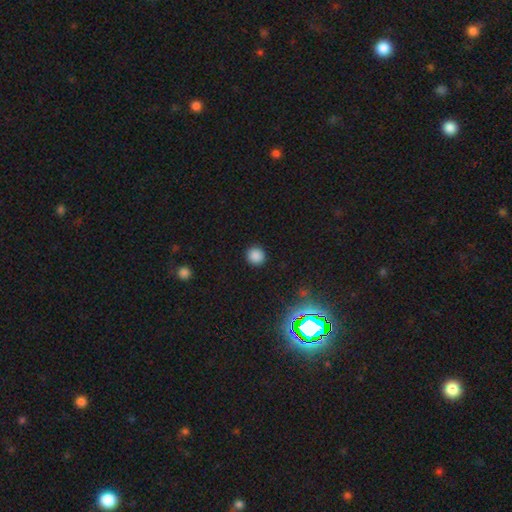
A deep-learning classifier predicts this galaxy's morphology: Smooth or featured?
  - smooth: 83% *
  - star or artifact: 13%
  - featured or disk: 3%
How rounded?
  - round: 93% *
  - in between: 6%
  - cigar-shaped: 1%
Merging?
  - none: 92% *
  - minor disturbance: 5%
  - major disturbance: 2%
  - merger: 1%